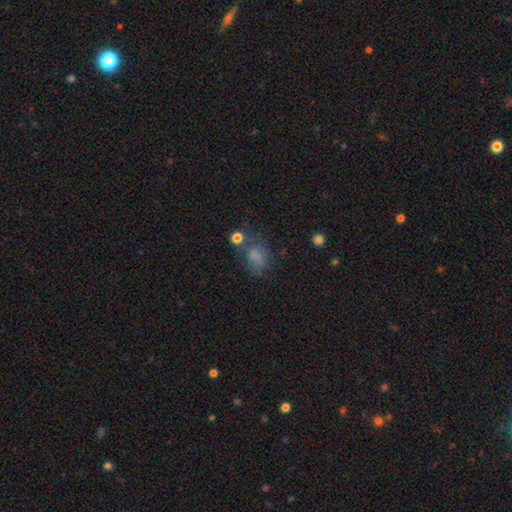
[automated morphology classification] This is likely a smooth galaxy (69%). How rounded: possibly in between (59%). Merging: possibly none (48%).